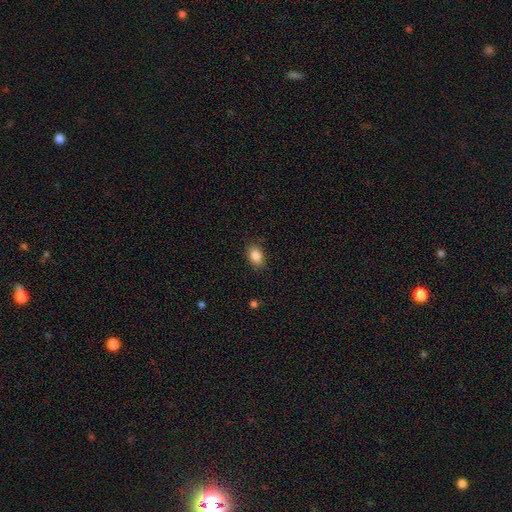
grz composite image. It shows a smooth galaxy with no disk features (90%) that is in between round and cigar-shaped (83%). Merging: none (66%).